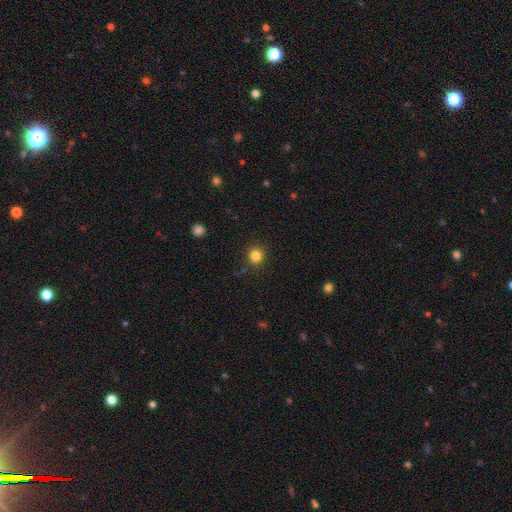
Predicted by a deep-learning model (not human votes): smooth-or-featured: smooth: 83% | star or artifact: 12% | featured or disk: 4%
  how-rounded: round: 92% | in between: 7% | cigar-shaped: 1%
  merging: none: 91% | minor disturbance: 6% | major disturbance: 2% | merger: 1%